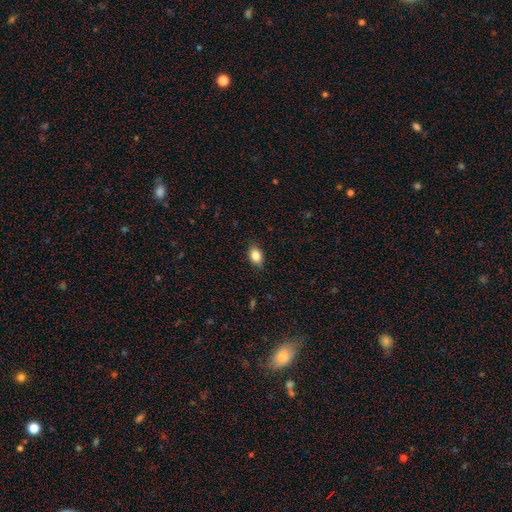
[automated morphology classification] Q: Smooth or featured?
A: smooth (84%); runner-up: star or artifact (8%)
Q: How rounded?
A: in between (81%); runner-up: round (16%)
Q: Merging?
A: none (83%); runner-up: minor disturbance (14%)